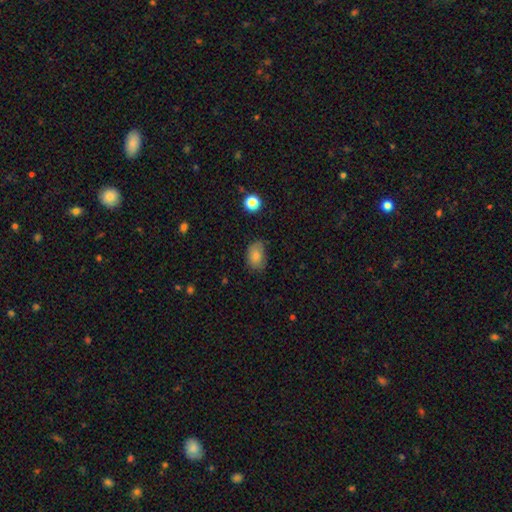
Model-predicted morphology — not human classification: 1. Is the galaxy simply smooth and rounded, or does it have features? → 82% smooth, 9% star or artifact, 9% featured or disk.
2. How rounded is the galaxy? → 79% in between, 20% round, 1% cigar-shaped.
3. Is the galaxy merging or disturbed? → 62% none, 29% minor disturbance, 7% major disturbance, 2% merger.